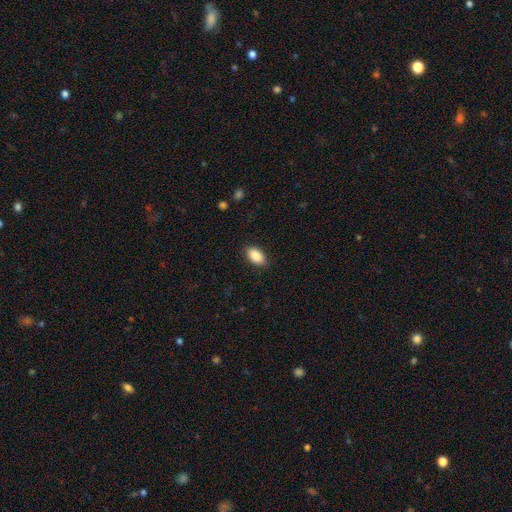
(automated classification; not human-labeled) Smooth or featured? Predicted: smooth (p=0.89). How rounded? Predicted: in between (p=0.94). Merging? Predicted: none (p=0.88).